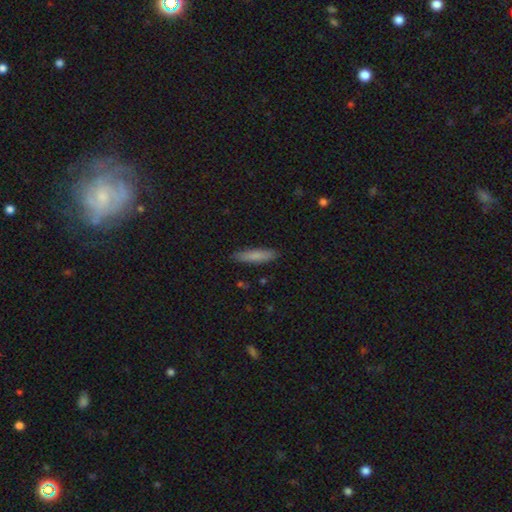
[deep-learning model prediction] This is likely a smooth galaxy (80%). How rounded: clearly cigar-shaped (82%). Merging: clearly none (88%).